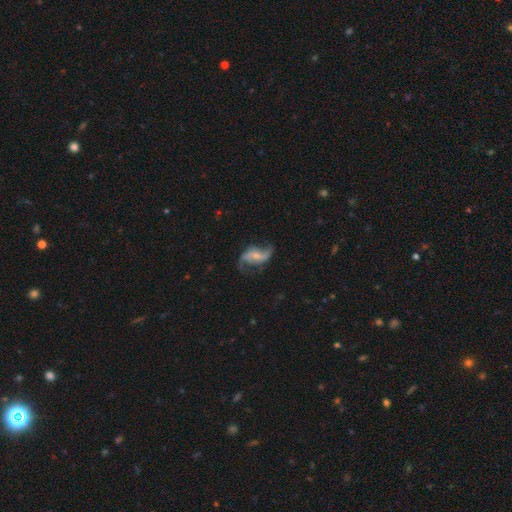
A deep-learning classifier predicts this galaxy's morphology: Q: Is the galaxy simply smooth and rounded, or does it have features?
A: featured or disk — 85%.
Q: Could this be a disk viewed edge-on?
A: no — 97%.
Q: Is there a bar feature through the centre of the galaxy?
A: weak — 43%.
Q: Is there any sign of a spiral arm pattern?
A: yes — 95%.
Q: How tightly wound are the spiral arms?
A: loose — 80%.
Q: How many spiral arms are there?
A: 2 — 92%.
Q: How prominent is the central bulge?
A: small — 54%.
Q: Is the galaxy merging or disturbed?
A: none — 68%.